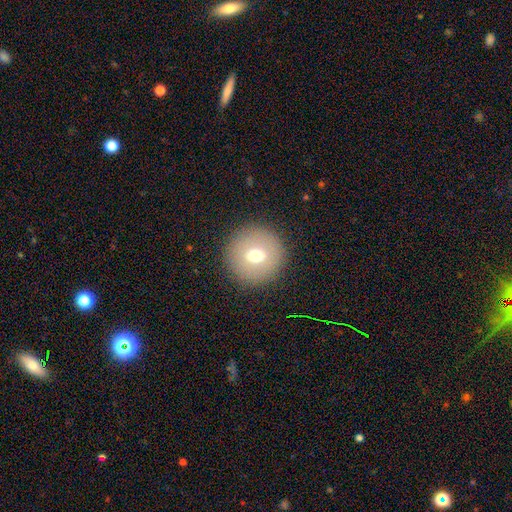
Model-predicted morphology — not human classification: smooth 65%, featured or disk 23%, star or artifact 12%. Down the decision tree: how rounded — round (95%); merging — none (90%).